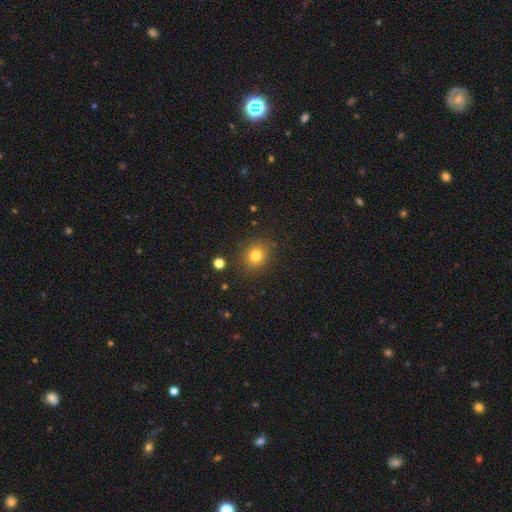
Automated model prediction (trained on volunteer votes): smooth 79%, star or artifact 13%, featured or disk 8%. Down the decision tree: how rounded — round (72%); merging — none (86%).